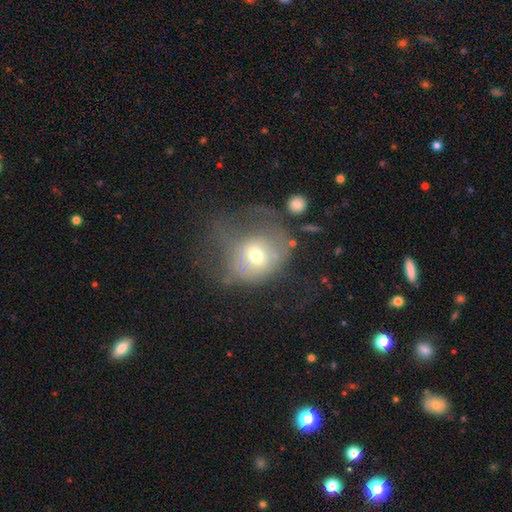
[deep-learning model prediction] This appears to be a smooth galaxy with no disk features (52%) that is round (66%). Merging: major disturbance (51%).